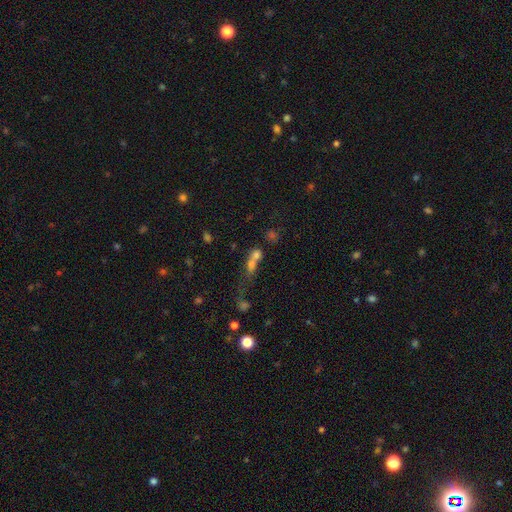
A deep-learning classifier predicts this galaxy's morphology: This appears to be a smooth galaxy with no disk features (64%) that is round (48%). Merging: merger (62%).